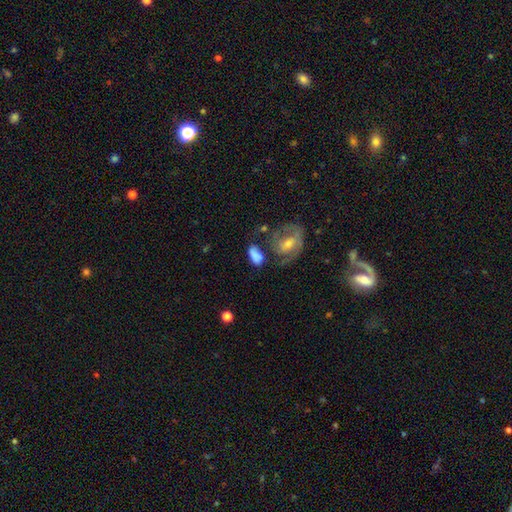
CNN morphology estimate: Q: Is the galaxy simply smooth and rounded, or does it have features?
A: smooth — 66%.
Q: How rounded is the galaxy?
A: in between — 85%.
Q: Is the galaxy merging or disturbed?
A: none — 39%.